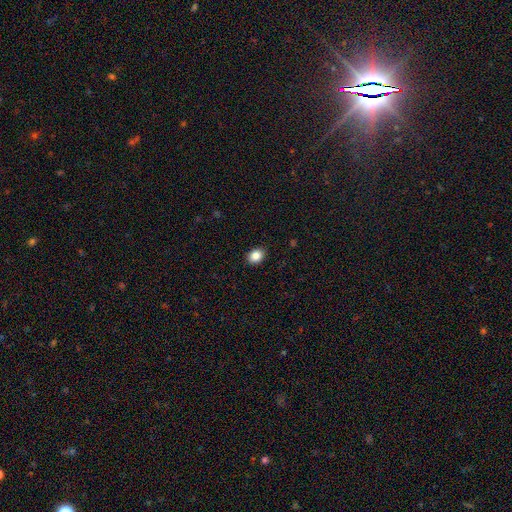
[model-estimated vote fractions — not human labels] smooth-or-featured: smooth: 87% | star or artifact: 9% | featured or disk: 5%
  how-rounded: in between: 60% | round: 39% | cigar-shaped: 1%
  merging: none: 90% | minor disturbance: 8% | major disturbance: 2% | merger: 1%